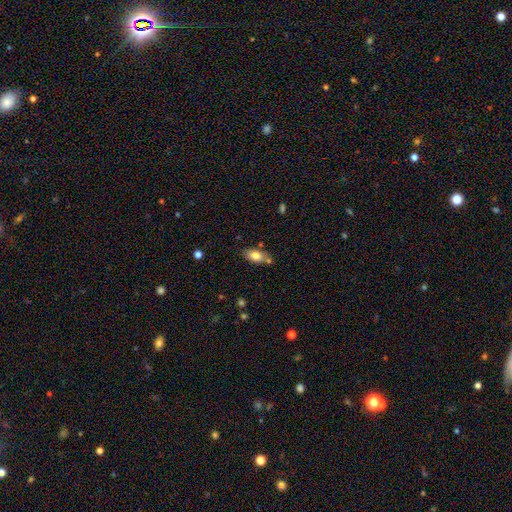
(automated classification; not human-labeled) smooth-or-featured: smooth: 78% | featured or disk: 14% | star or artifact: 8%
  how-rounded: in between: 89% | round: 6% | cigar-shaped: 5%
  merging: none: 69% | minor disturbance: 17% | merger: 11% | major disturbance: 4%